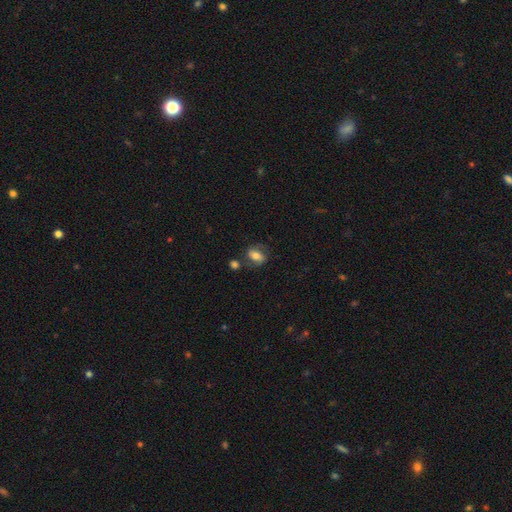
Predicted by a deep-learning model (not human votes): smooth_or_featured: smooth (p=0.59) [alt: featured or disk p=0.32]
how_rounded: in between (p=0.73) [alt: round p=0.24]
merging: none (p=0.60) [alt: minor disturbance p=0.19]